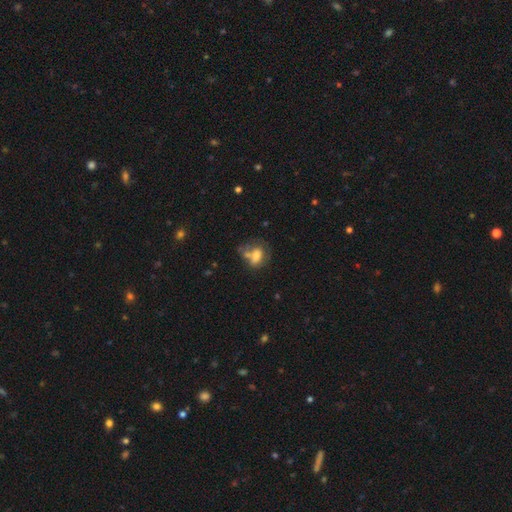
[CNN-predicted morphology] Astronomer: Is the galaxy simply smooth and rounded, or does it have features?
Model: smooth — 61%.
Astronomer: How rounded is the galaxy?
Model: in between — 78%.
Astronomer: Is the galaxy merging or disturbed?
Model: none — 30% (runner-up: merger, 28%).